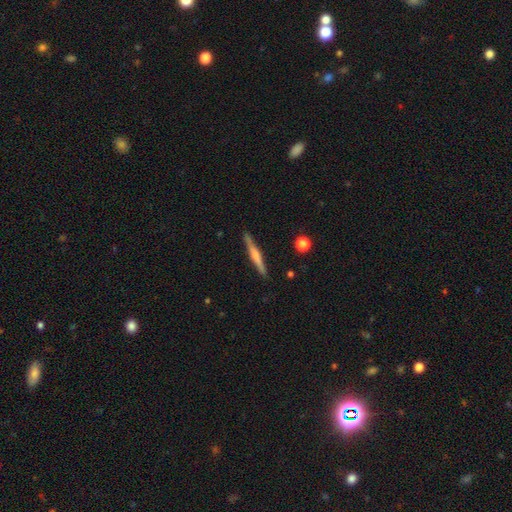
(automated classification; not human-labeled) Q: Smooth or featured?
A: featured or disk (56%); runner-up: smooth (38%)
Q: Edge-on disk?
A: yes (98%); runner-up: no (2%)
Q: Edge-on bulge?
A: rounded (49%); runner-up: boxy (26%)
Q: Merging?
A: none (89%); runner-up: minor disturbance (8%)